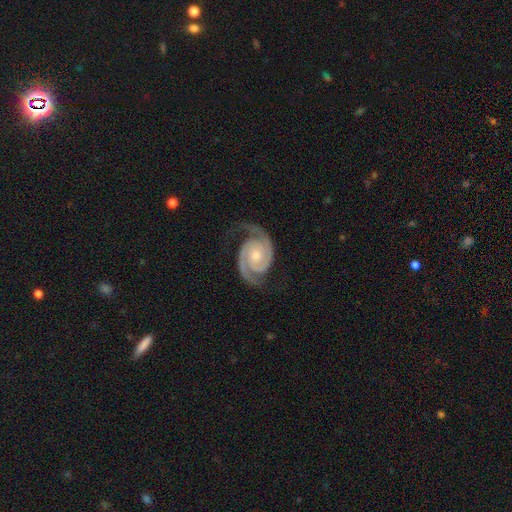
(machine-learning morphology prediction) This is clearly a featured or disk galaxy (93%). It is clearly not viewed edge-on (98%). Bar: likely no (71%). Spiral arm pattern: clearly yes (99%). Spiral arm count: clearly 2 (94%). Spiral winding: possibly tight (52%). Central bulge: possibly moderate (52%). Merging: likely none (78%).